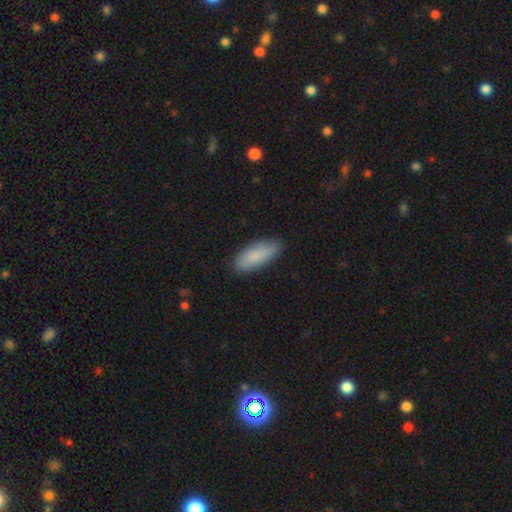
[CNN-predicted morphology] Overall: smooth (86%). How rounded: in between (76%). Merging: none (85%).